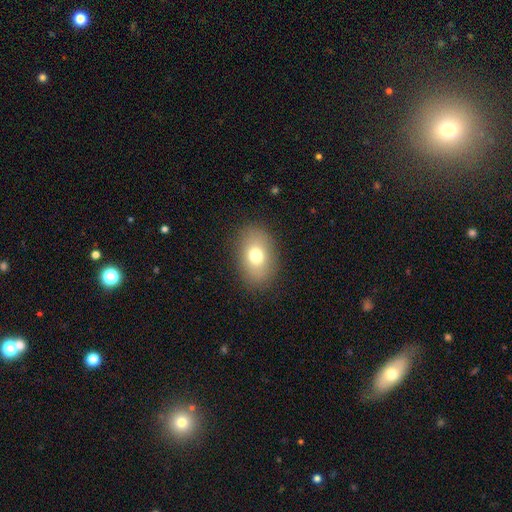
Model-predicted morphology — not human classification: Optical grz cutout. It shows a smooth galaxy with no disk features (74%) that is in between round and cigar-shaped (80%). Merging: none (86%).